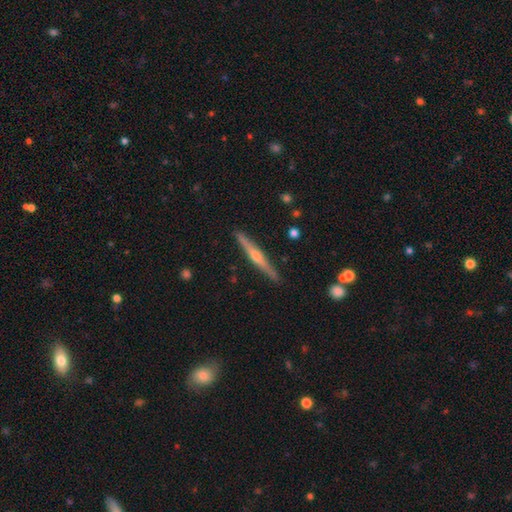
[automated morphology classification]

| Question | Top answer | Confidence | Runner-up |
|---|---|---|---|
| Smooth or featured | featured or disk | 72% | smooth (22%) |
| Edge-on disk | yes | 98% | no (2%) |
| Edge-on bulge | rounded | 83% | none (11%) |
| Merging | none | 90% | minor disturbance (7%) |